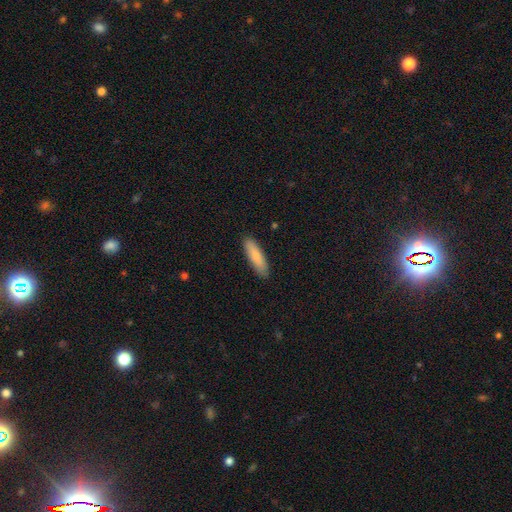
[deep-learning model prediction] smooth_or_featured: smooth (p=0.84) [alt: featured or disk p=0.11]
how_rounded: cigar-shaped (p=0.67) [alt: in between p=0.32]
merging: none (p=0.89) [alt: minor disturbance p=0.09]